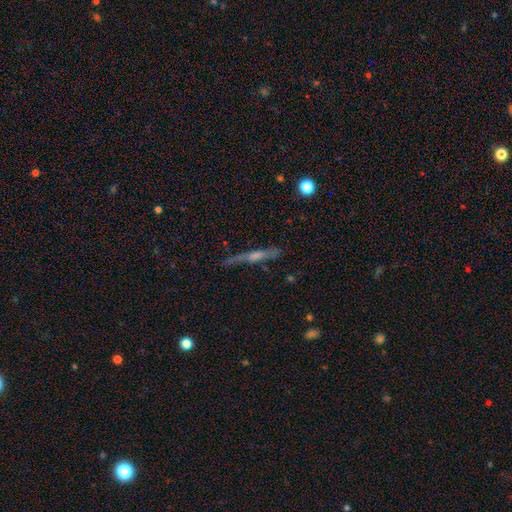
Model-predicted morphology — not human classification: type=featured or disk (64%); edge-on=yes (94%); edge-on bulge=rounded (51%); merging=none (78%).